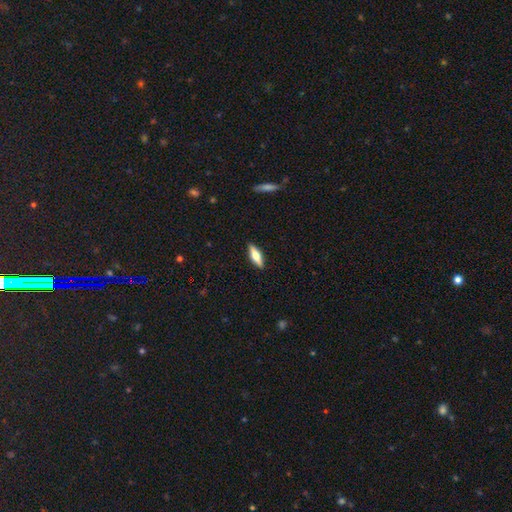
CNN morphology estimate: smooth 53%, featured or disk 40%, star or artifact 6%. Down the decision tree: how rounded — cigar-shaped (50%); merging — none (89%).